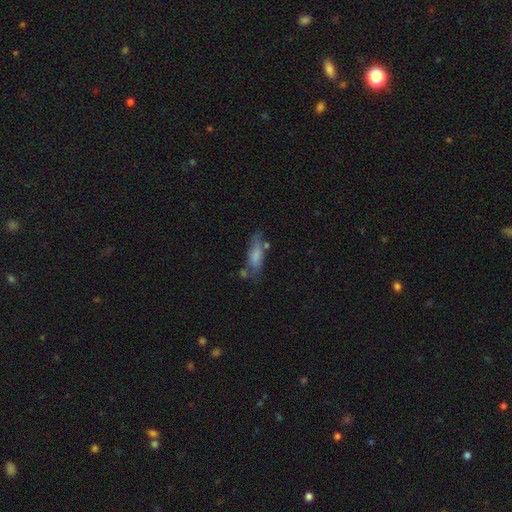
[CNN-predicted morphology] Smooth or featured: smooth — 69% (featured or disk — 23%)
How rounded: in between — 54% (cigar-shaped — 44%)
Merging: none — 49% (minor disturbance — 26%)